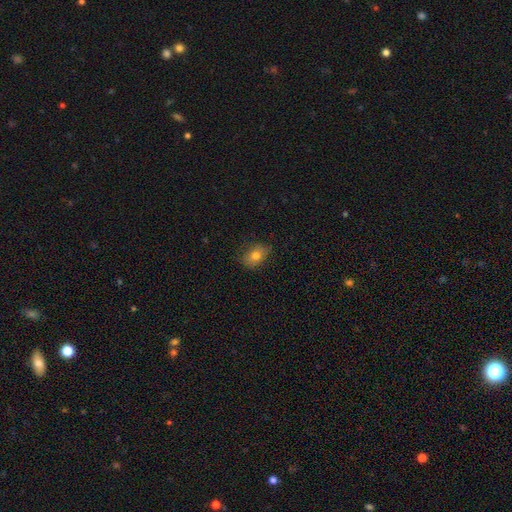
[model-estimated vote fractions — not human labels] Smooth or featured: smooth — 76% (featured or disk — 14%)
How rounded: in between — 75% (round — 24%)
Merging: none — 74% (minor disturbance — 20%)